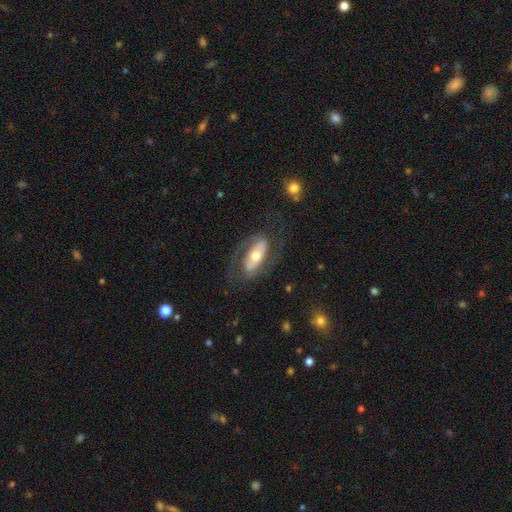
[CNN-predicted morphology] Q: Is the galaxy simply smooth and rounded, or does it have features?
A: featured or disk — 70%.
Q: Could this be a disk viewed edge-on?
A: no — 89%.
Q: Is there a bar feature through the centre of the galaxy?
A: strong — 40%.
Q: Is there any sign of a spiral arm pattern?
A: yes — 77%.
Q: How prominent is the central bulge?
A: moderate — 62%.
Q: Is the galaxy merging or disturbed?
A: none — 66%.